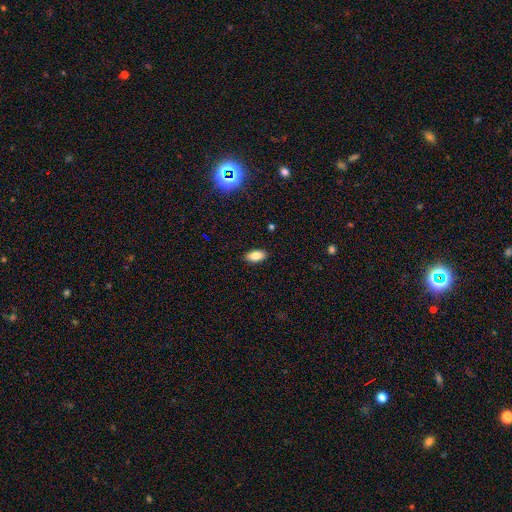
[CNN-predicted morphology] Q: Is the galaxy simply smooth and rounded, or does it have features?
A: smooth — 83%.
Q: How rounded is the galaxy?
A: in between — 91%.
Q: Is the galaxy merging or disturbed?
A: none — 89%.